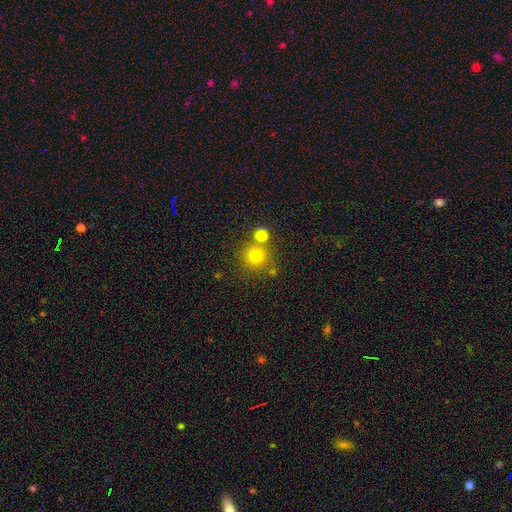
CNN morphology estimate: smooth_or_featured: smooth (p=0.76) [alt: star or artifact p=0.16]
how_rounded: round (p=0.92) [alt: in between p=0.07]
merging: none (p=0.69) [alt: merger p=0.20]